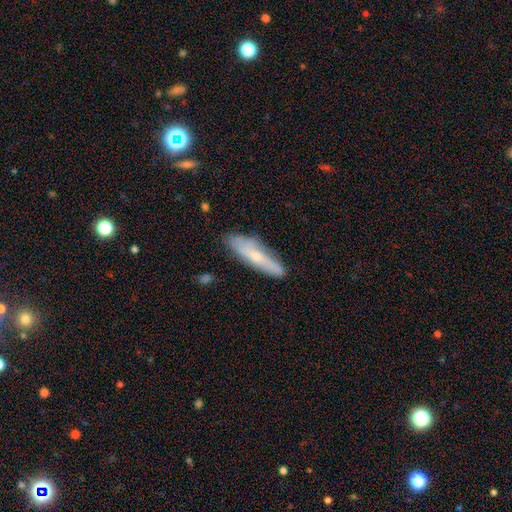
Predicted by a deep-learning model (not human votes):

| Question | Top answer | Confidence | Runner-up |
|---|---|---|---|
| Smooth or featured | smooth | 53% | featured or disk (40%) |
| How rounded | cigar-shaped | 70% | in between (28%) |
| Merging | none | 74% | minor disturbance (20%) |